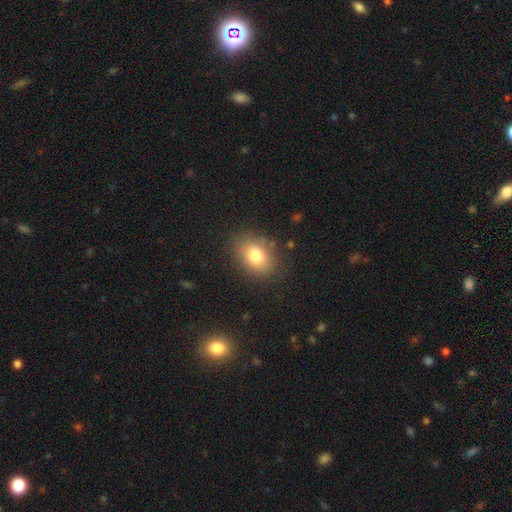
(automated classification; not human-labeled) This is likely a smooth galaxy (79%). How rounded: likely in between (74%). Merging: clearly none (81%).